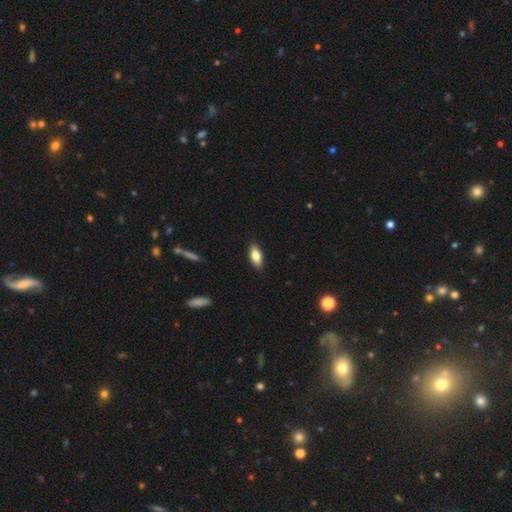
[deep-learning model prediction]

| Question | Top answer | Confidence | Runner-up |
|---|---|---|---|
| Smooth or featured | smooth | 82% | featured or disk (11%) |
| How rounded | in between | 85% | cigar-shaped (13%) |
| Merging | none | 87% | minor disturbance (10%) |